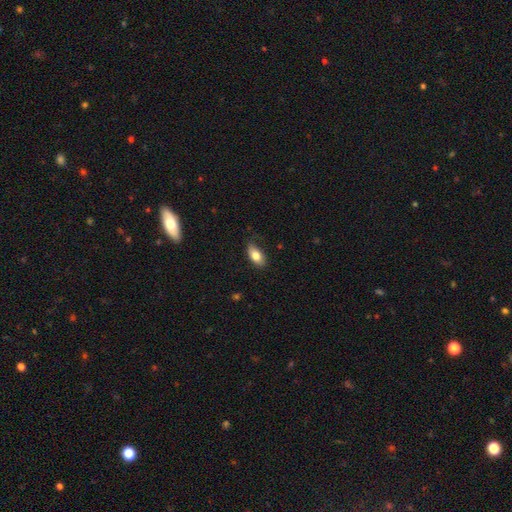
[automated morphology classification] The model was most divided on "merging": none: 74%, minor disturbance: 20%, major disturbance: 4%, merger: 1%. More confident: how rounded — in between (91%); smooth or featured — smooth (79%).